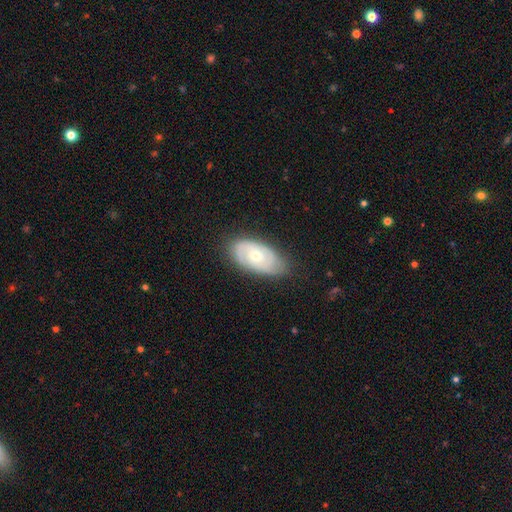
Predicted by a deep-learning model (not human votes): The model was most divided on "bulge size": moderate: 59%, small: 36%, large: 3%, none: 1%, dominant: 1%. More confident: edge-on disk — no (93%); spiral arms — yes (78%); bar — no (76%); merging — none (74%); smooth or featured — featured or disk (63%).